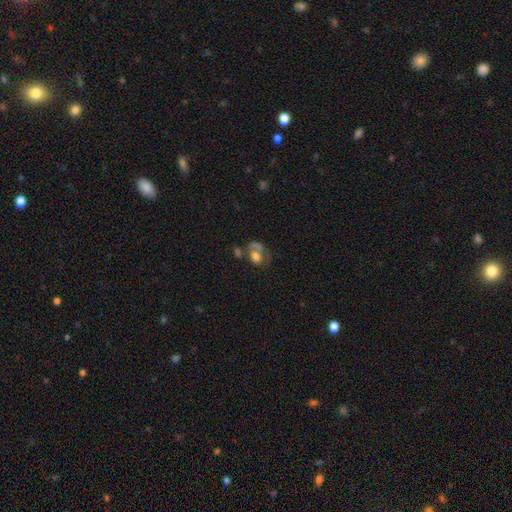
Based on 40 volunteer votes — This appears to be a smooth galaxy with no disk features (80%) that is in between round and cigar-shaped (69%). Merging: major disturbance (35%).